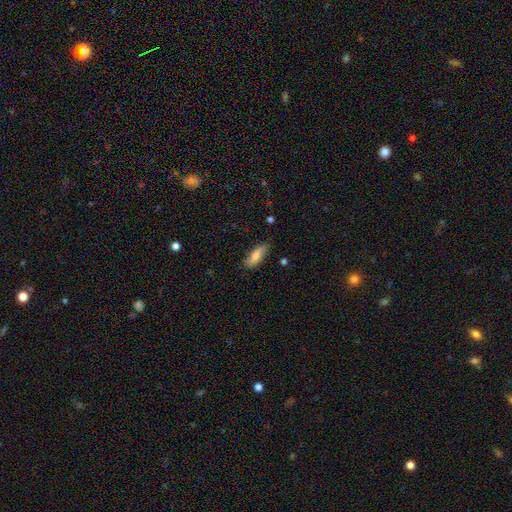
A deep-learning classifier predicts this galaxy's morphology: Smooth or featured? smooth (71%)
How rounded? in between (64%)
Merging? none (79%)